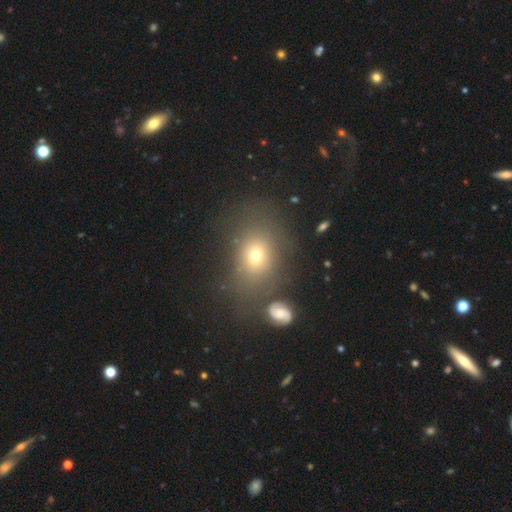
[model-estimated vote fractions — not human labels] Smooth or featured? Predicted: smooth (p=0.64). How rounded? Predicted: in between (p=0.53). Merging? Predicted: none (p=0.64).